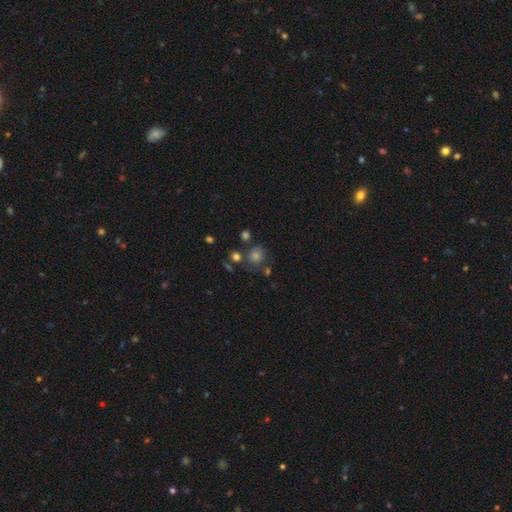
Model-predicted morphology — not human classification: A smooth galaxy with no disk features (57%) that is round (89%).

Vote fractions:
- Smooth or featured? smooth: 57% / star or artifact: 28% / featured or disk: 15%
- How rounded? round: 89% / in between: 10% / cigar-shaped: 1%
- Merging? none: 71% / minor disturbance: 12% / merger: 12% / major disturbance: 6%